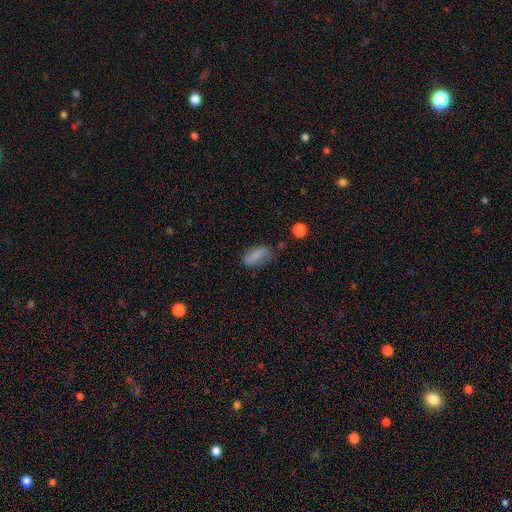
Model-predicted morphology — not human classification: Smooth or featured? Predicted: smooth (p=0.75). How rounded? Predicted: in between (p=0.88). Merging? Predicted: none (p=0.64).